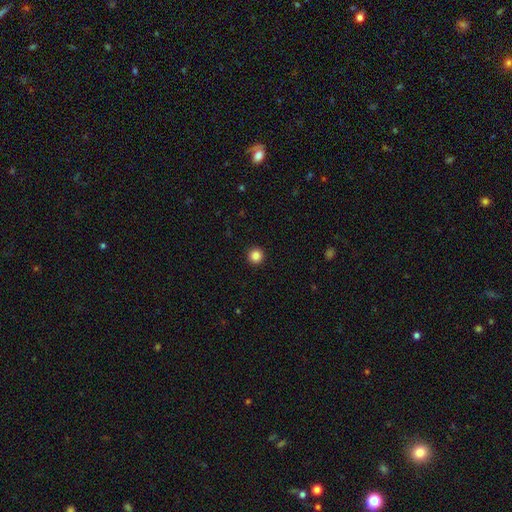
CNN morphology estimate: Overall: smooth (85%). How rounded: round (96%). Merging: none (94%).